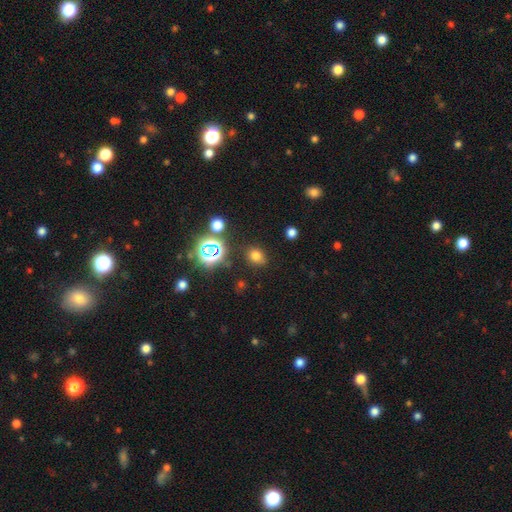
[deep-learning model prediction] smooth_or_featured: smooth (p=0.69) [alt: star or artifact p=0.24]
how_rounded: round (p=0.58) [alt: in between p=0.41]
merging: none (p=0.82) [alt: minor disturbance p=0.11]